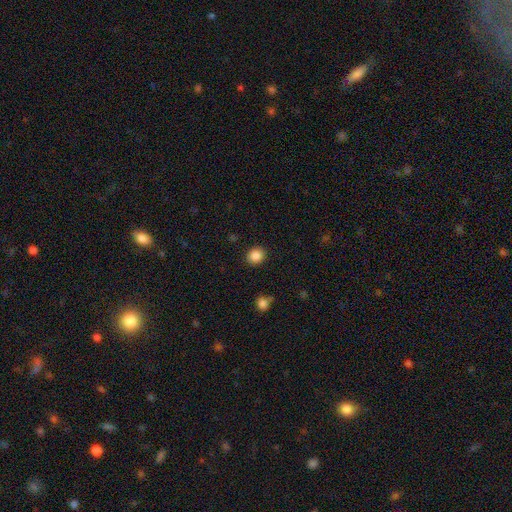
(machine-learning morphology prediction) type=smooth (86%); roundness=round (81%); merging=none (90%).